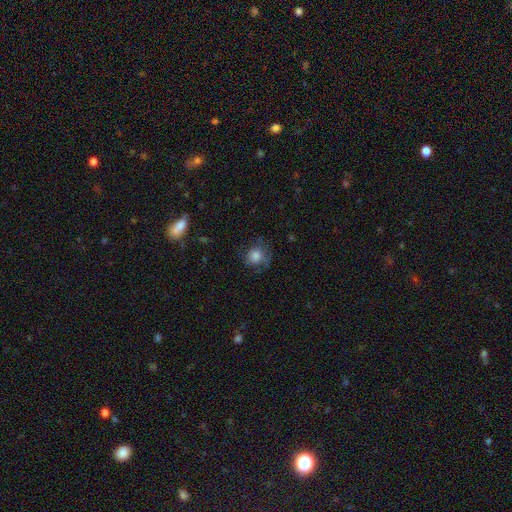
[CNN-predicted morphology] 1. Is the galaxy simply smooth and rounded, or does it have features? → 69% smooth, 21% featured or disk, 10% star or artifact.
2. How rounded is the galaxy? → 85% round, 14% in between, 1% cigar-shaped.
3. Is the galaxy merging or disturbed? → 63% none, 21% minor disturbance, 14% major disturbance, 1% merger.